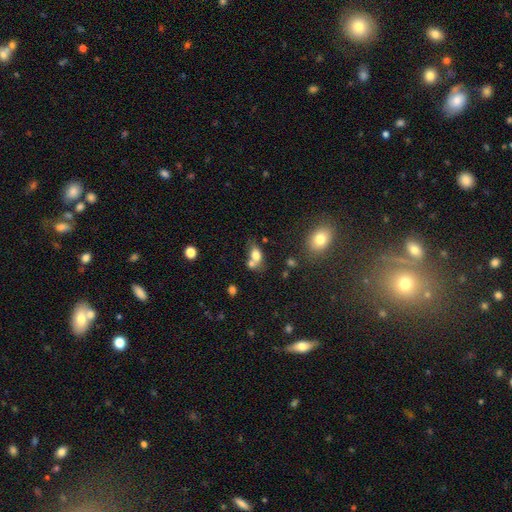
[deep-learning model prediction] This appears to be a smooth galaxy with no disk features (75%) that is in between round and cigar-shaped (74%). Merging: merger (49%).